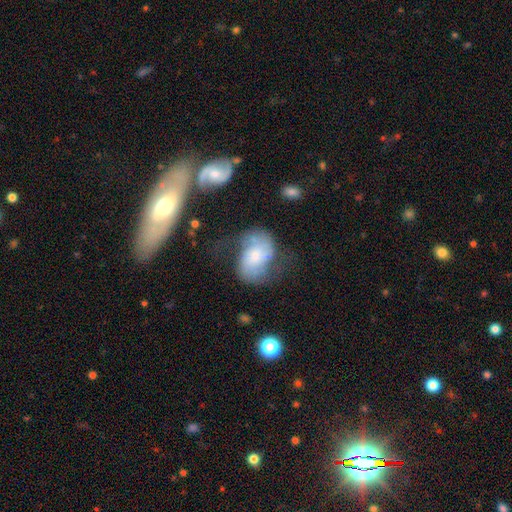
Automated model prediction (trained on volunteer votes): Smooth or featured?
  - featured or disk: 68% *
  - smooth: 24%
  - star or artifact: 8%
Edge-on disk?
  - no: 97% *
  - yes: 3%
Bar?
  - no: 63% *
  - weak: 30%
  - strong: 7%
Spiral arms?
  - yes: 90% *
  - no: 10%
Spiral winding?
  - medium: 42% *
  - loose: 40%
  - tight: 18%
Spiral arm count?
  - 2: 81% *
  - can't tell: 10%
  - 3: 3%
  - 1: 3%
  - 4: 2%
  - more than 4: 1%
Bulge size?
  - small: 56% *
  - moderate: 30%
  - none: 6%
  - large: 6%
  - dominant: 2%
Merging?
  - none: 49% *
  - minor disturbance: 23%
  - major disturbance: 23%
  - merger: 5%